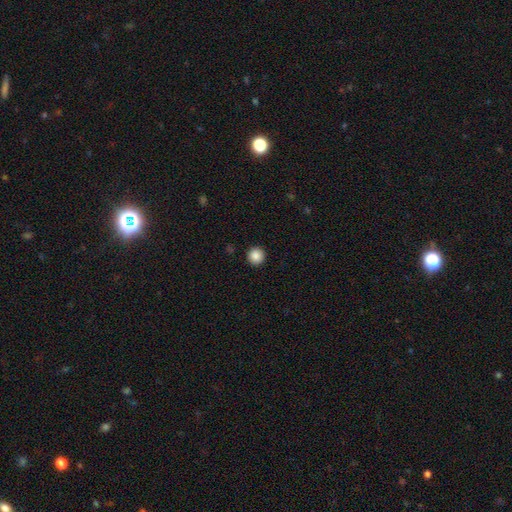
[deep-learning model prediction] The model was most divided on "smooth or featured": smooth: 87%, star or artifact: 9%, featured or disk: 3%. More confident: how rounded — round (96%); merging — none (93%).